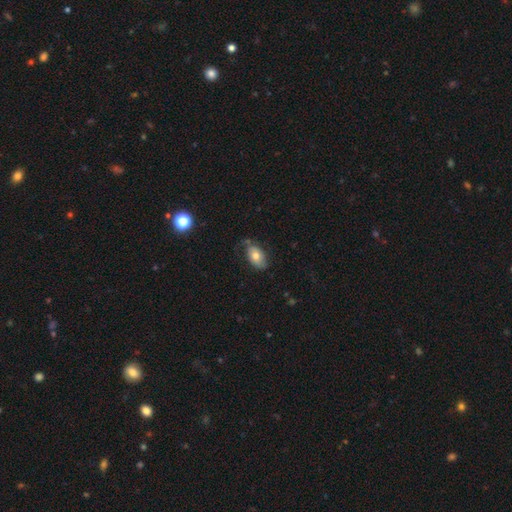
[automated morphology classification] A smooth galaxy with no disk features (68%) that is in between round and cigar-shaped (91%).

Vote fractions:
- Smooth or featured? smooth: 68% / featured or disk: 24% / star or artifact: 8%
- How rounded? in between: 91% / round: 7% / cigar-shaped: 2%
- Merging? none: 58% / minor disturbance: 29% / major disturbance: 10% / merger: 3%